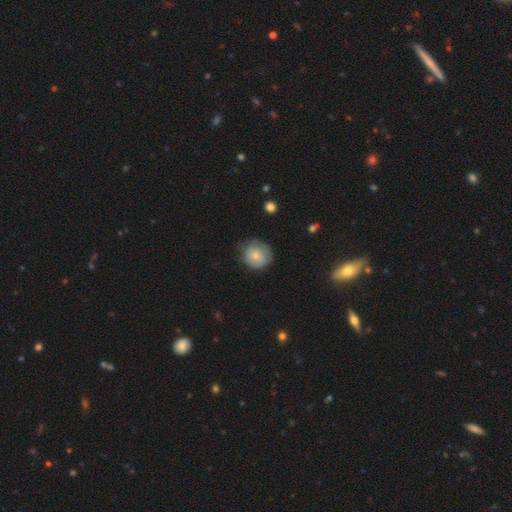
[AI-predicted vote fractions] Overall: smooth (75%). How rounded: round (83%). Merging: none (66%).